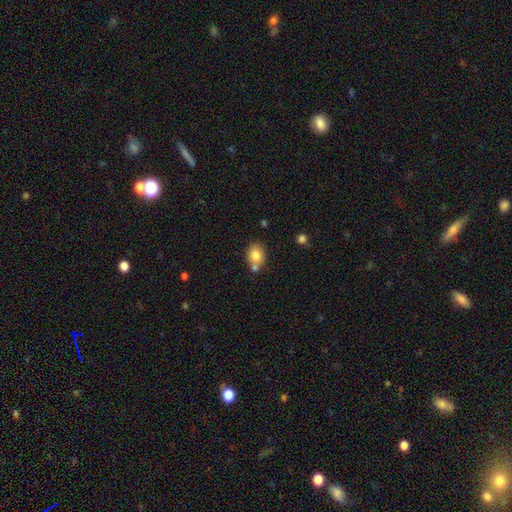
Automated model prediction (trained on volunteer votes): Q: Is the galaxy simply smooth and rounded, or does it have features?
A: smooth — 80%.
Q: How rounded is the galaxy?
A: round — 51%.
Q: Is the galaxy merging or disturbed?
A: none — 57%.